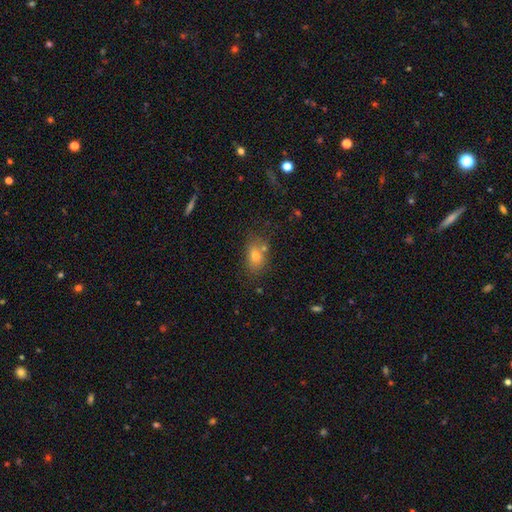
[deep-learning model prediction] Overall: smooth (71%). How rounded: in between (74%). Merging: none (62%).